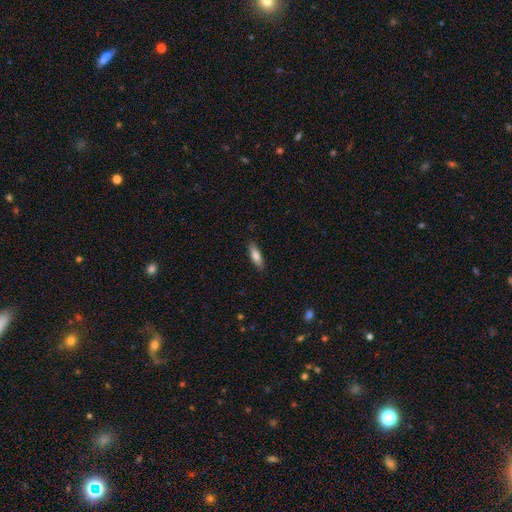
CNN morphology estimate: Smooth or featured?
  - smooth: 79% *
  - featured or disk: 15%
  - star or artifact: 6%
How rounded?
  - cigar-shaped: 53% *
  - in between: 45%
  - round: 2%
Merging?
  - none: 87% *
  - minor disturbance: 10%
  - major disturbance: 2%
  - merger: 1%